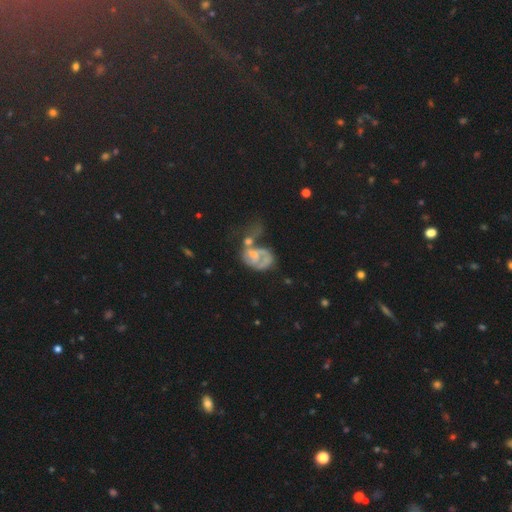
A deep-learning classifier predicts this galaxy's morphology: type=featured or disk (60%); edge-on=no (97%); bar=no (73%); spiral arms=yes (53%); bulge=moderate (34%); merging=merger (42%).